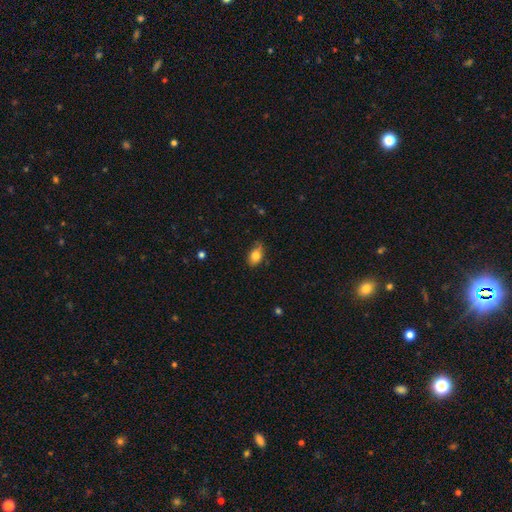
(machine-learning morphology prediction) Smooth or featured? smooth (80%)
How rounded? in between (83%)
Merging? none (70%)